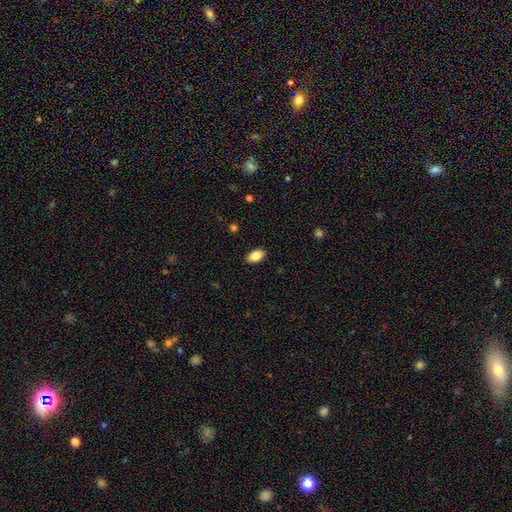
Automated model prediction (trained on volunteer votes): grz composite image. It shows a smooth galaxy with no disk features (86%) that is in between round and cigar-shaped (91%). Merging: none (89%).